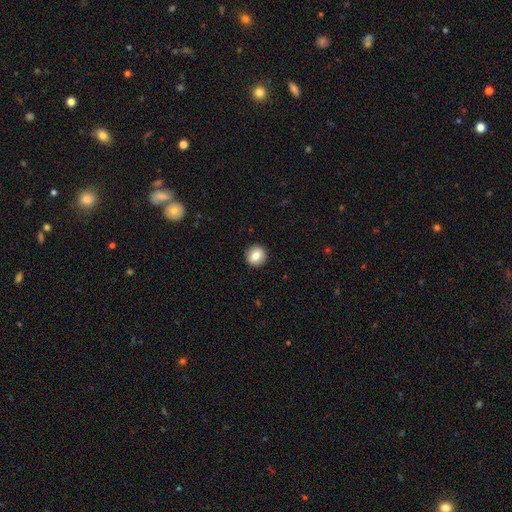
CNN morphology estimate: Q: Smooth or featured?
A: smooth (78%); runner-up: featured or disk (13%)
Q: How rounded?
A: round (89%); runner-up: in between (10%)
Q: Merging?
A: none (92%); runner-up: minor disturbance (5%)